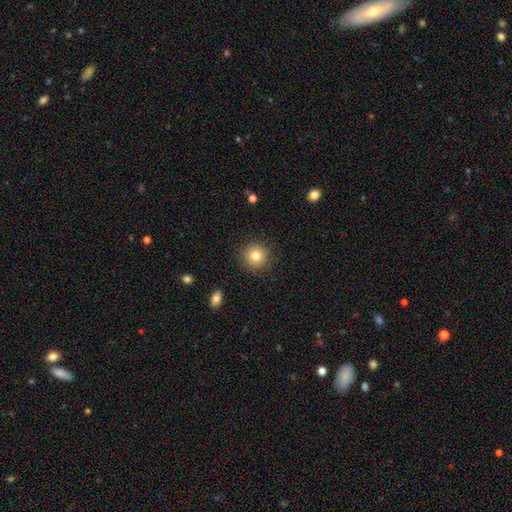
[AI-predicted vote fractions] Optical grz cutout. It shows a smooth galaxy with no disk features (80%) that is round (94%). Merging: none (90%).